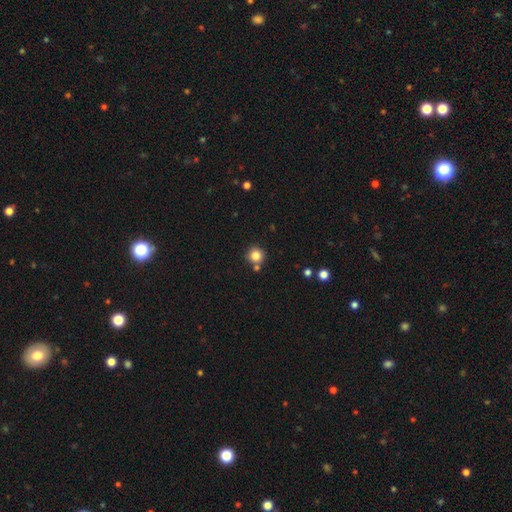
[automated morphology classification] smooth_or_featured: smooth (p=0.83) [alt: star or artifact p=0.11]
how_rounded: round (p=0.94) [alt: in between p=0.05]
merging: none (p=0.79) [alt: merger p=0.11]